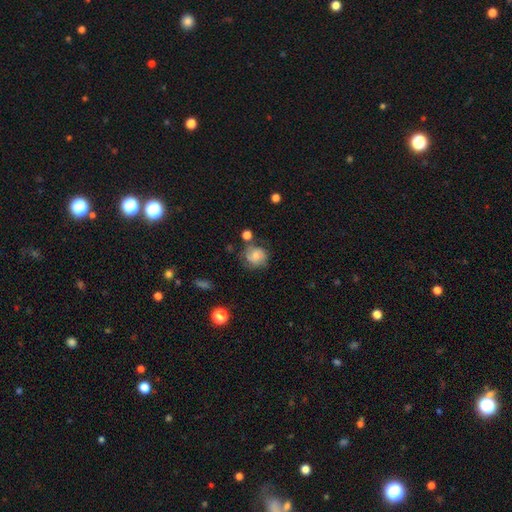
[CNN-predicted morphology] Smooth or featured?
  - smooth: 50% *
  - featured or disk: 40%
  - star or artifact: 10%
How rounded?
  - round: 75% *
  - in between: 24%
  - cigar-shaped: 1%
Merging?
  - none: 54% *
  - minor disturbance: 24%
  - major disturbance: 13%
  - merger: 9%